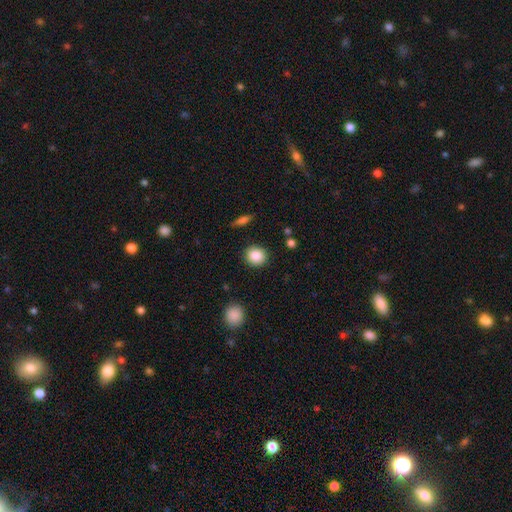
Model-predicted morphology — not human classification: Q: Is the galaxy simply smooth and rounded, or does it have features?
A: smooth — 87%.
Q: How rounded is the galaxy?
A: round — 86%.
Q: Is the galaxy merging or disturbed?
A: none — 89%.